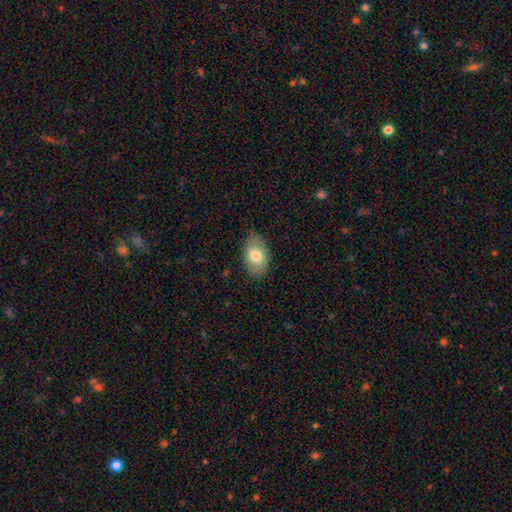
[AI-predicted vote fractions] This appears to be a smooth galaxy with no disk features (70%) that is in between round and cigar-shaped (92%). Merging: none (82%).